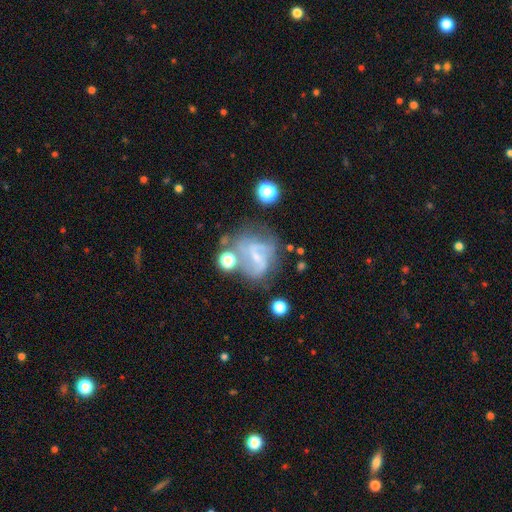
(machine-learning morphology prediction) This appears to be a featured or disk galaxy (67%) with a weak bar (45%), spiral arms (70%) and a small central bulge (57%). Merging: none (41%).